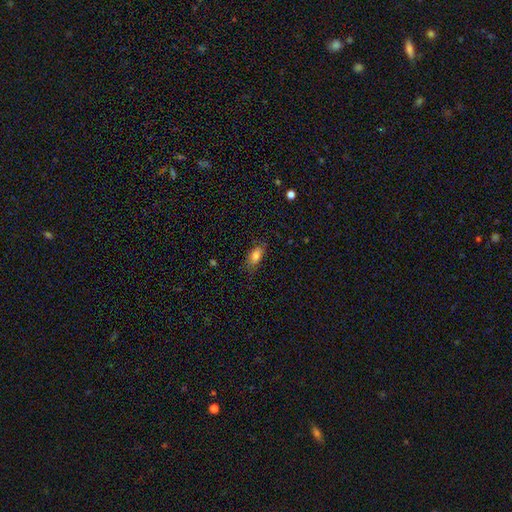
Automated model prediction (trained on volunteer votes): This appears to be a smooth galaxy with no disk features (80%) that is in between round and cigar-shaped (83%). Merging: none (75%).